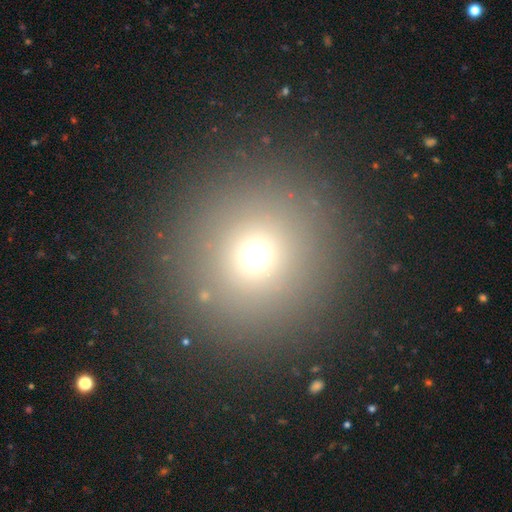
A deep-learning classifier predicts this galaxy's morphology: The model was most divided on "smooth or featured": smooth: 69%, star or artifact: 22%, featured or disk: 9%. More confident: how rounded — round (95%); merging — none (90%).